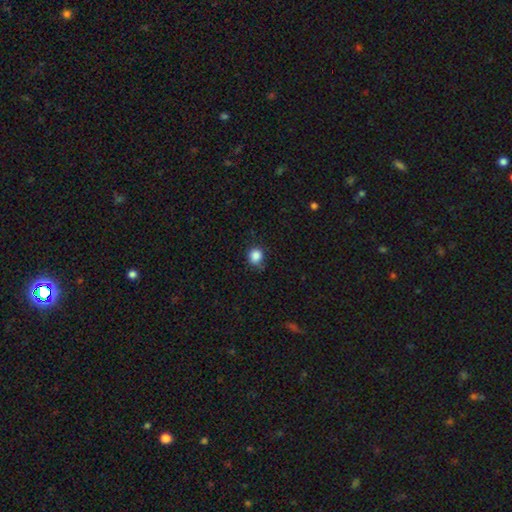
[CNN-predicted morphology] Smooth or featured?
  - smooth: 86% *
  - star or artifact: 11%
  - featured or disk: 4%
How rounded?
  - round: 84% *
  - in between: 15%
  - cigar-shaped: 1%
Merging?
  - none: 72% *
  - minor disturbance: 21%
  - major disturbance: 4%
  - merger: 2%